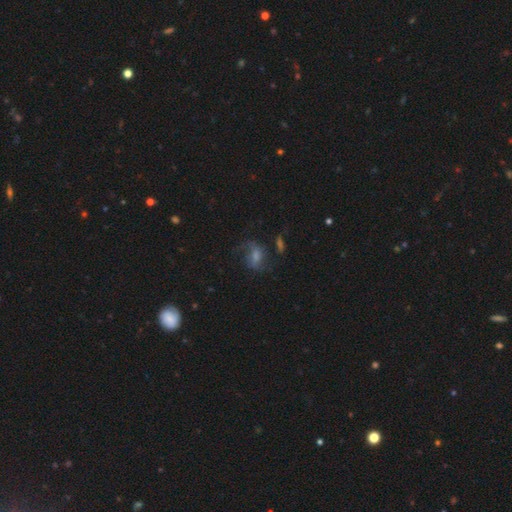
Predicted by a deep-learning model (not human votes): The model was most divided on "bulge size": moderate: 40%, small: 33%, none: 13%, large: 12%, dominant: 3%. Remaining: edge-on disk — no (96%); spiral arms — yes (83%); merging — none (57%); smooth or featured — featured or disk (54%); bar — weak (45%).